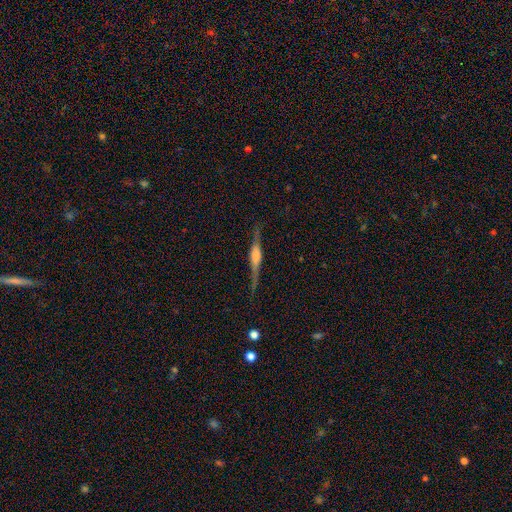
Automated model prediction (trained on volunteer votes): A featured or disk galaxy (78%) viewed edge-on (97%) with a rounded central bulge (63%). Merging: none (83%).